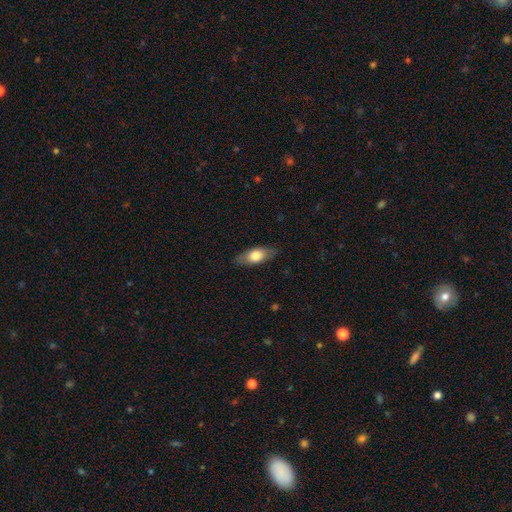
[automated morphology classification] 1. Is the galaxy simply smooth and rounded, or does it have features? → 68% smooth, 26% featured or disk, 6% star or artifact.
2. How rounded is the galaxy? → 80% in between, 16% cigar-shaped, 4% round.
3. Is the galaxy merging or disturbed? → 84% none, 12% minor disturbance, 3% major disturbance, 1% merger.